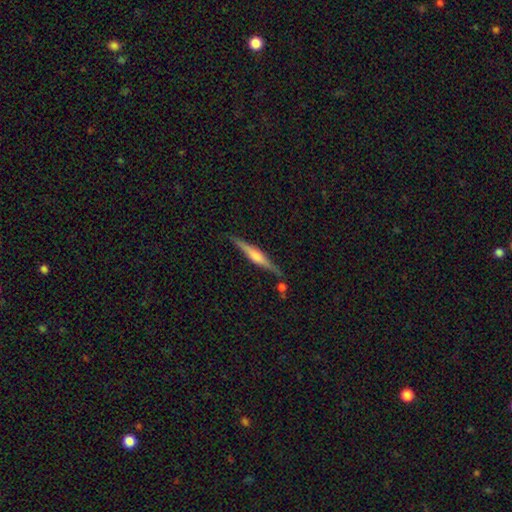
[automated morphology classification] Q: Smooth or featured?
A: featured or disk (73%); runner-up: smooth (21%)
Q: Edge-on disk?
A: yes (98%); runner-up: no (2%)
Q: Edge-on bulge?
A: rounded (74%); runner-up: boxy (18%)
Q: Merging?
A: none (84%); runner-up: minor disturbance (10%)